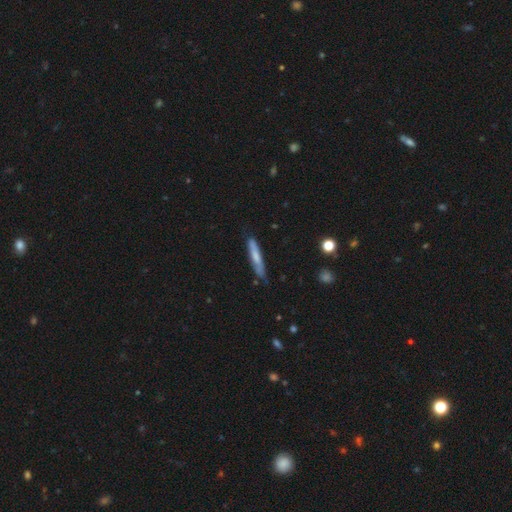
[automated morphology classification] type=smooth (63%); roundness=cigar-shaped (91%); merging=none (73%).